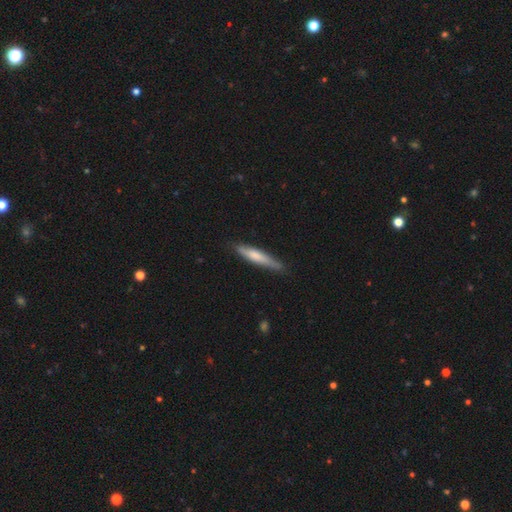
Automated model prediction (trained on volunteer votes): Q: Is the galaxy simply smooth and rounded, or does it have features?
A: smooth — 67%.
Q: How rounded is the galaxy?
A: cigar-shaped — 91%.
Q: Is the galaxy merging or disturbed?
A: none — 78%.